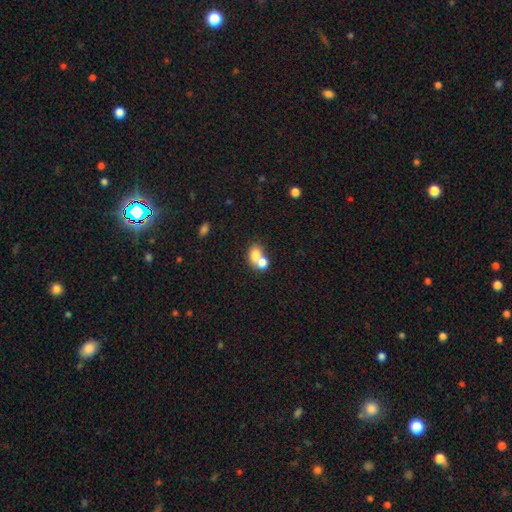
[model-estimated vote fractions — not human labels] A smooth galaxy with no disk features (74%) that is in between round and cigar-shaped (55%). Merging: merger (65%).